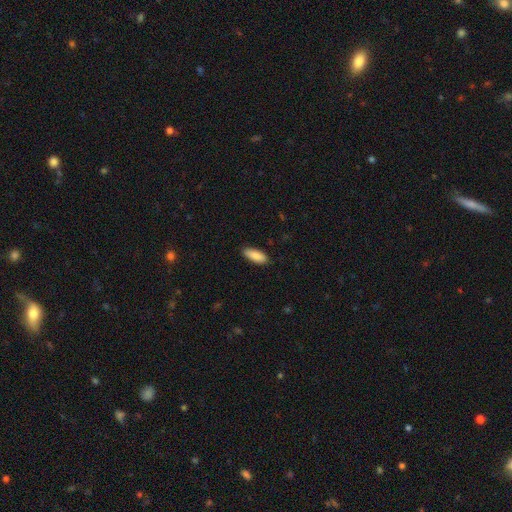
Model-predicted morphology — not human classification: This appears to be a smooth galaxy with no disk features (88%) that is in between round and cigar-shaped (75%). Merging: none (86%).